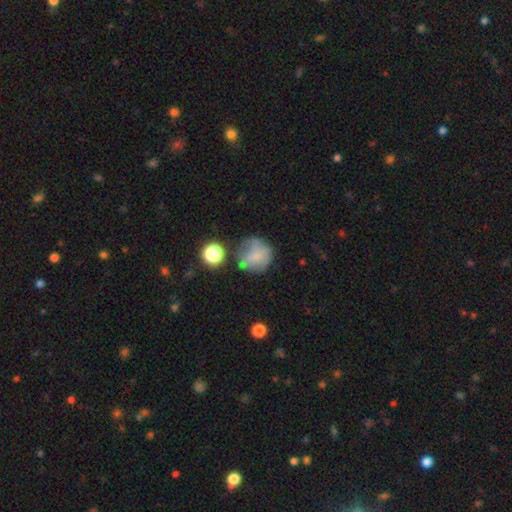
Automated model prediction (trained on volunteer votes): Smooth or featured? smooth (64%)
How rounded? round (82%)
Merging? none (47%)